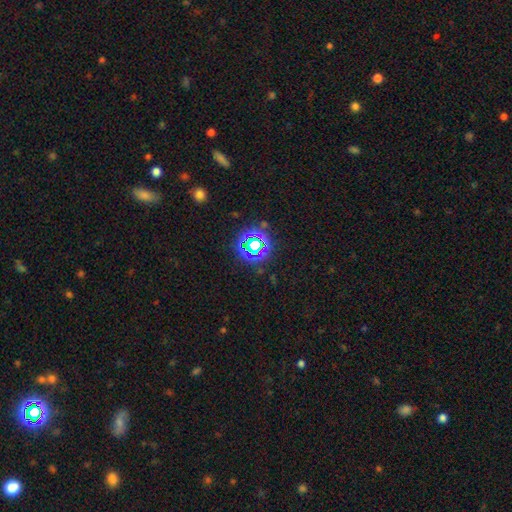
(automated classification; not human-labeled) star or artifact 75%, smooth 18%, featured or disk 7%.